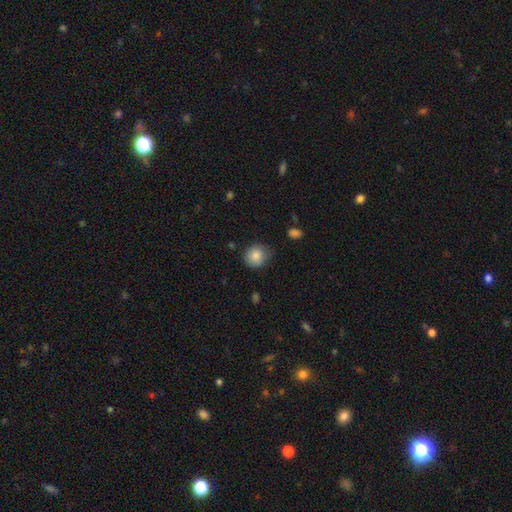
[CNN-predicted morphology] smooth-or-featured: smooth: 86% | star or artifact: 9% | featured or disk: 6%
  how-rounded: round: 84% | in between: 15% | cigar-shaped: 1%
  merging: none: 70% | minor disturbance: 24% | major disturbance: 5% | merger: 2%